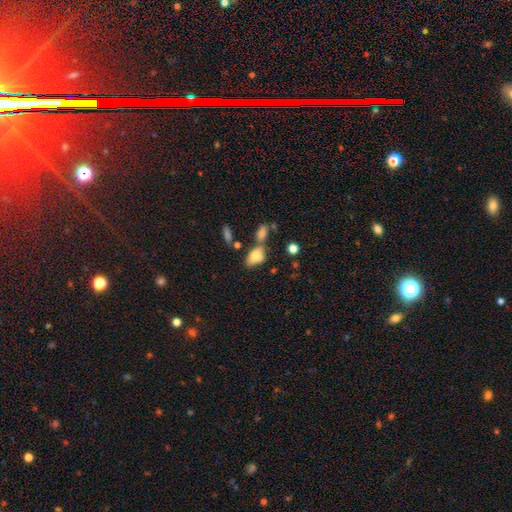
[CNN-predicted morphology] Smooth or featured?
  - smooth: 75% *
  - featured or disk: 15%
  - star or artifact: 10%
How rounded?
  - in between: 87% *
  - round: 9%
  - cigar-shaped: 4%
Merging?
  - none: 38% *
  - merger: 33%
  - minor disturbance: 20%
  - major disturbance: 10%